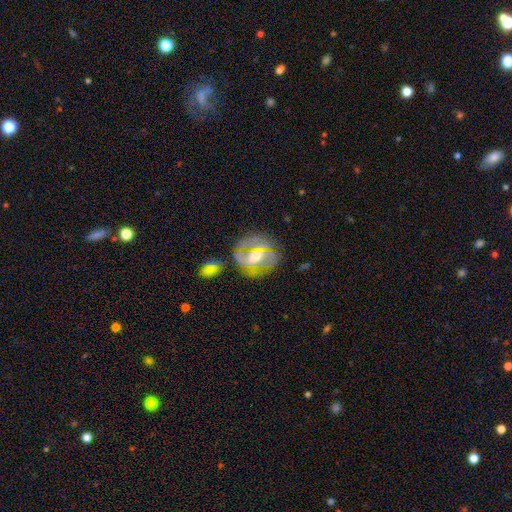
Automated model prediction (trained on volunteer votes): This is likely a featured or disk galaxy (70%). It is clearly not viewed edge-on (94%). Bar: marginally weak (40%). Spiral arm pattern: likely yes (72%). Central bulge: likely moderate (65%). Merging: possibly none (60%).